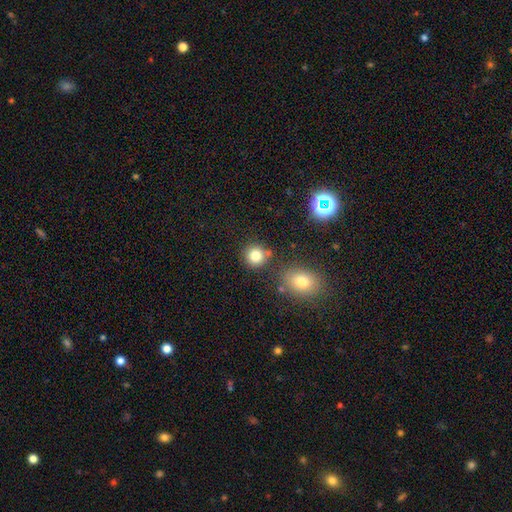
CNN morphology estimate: Smooth or featured: smooth — 81% (star or artifact — 12%)
How rounded: round — 89% (in between — 10%)
Merging: none — 75% (merger — 12%)